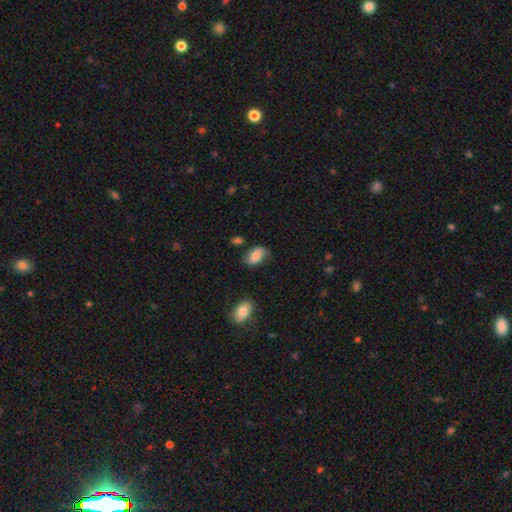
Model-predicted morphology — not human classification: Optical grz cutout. It shows a smooth galaxy with no disk features (74%) that is in between round and cigar-shaped (90%). Merging: none (64%).